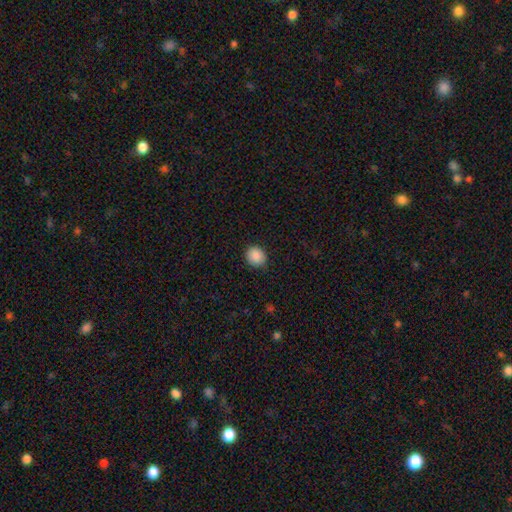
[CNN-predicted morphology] smooth_or_featured: smooth (p=0.89) [alt: star or artifact p=0.08]
how_rounded: round (p=0.79) [alt: in between p=0.20]
merging: none (p=0.88) [alt: minor disturbance p=0.09]